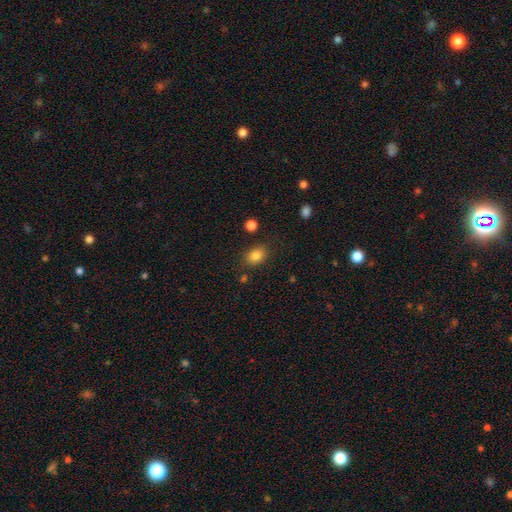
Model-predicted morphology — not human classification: smooth 84%, star or artifact 10%, featured or disk 6%. Down the decision tree: how rounded — in between (68%); merging — none (80%).